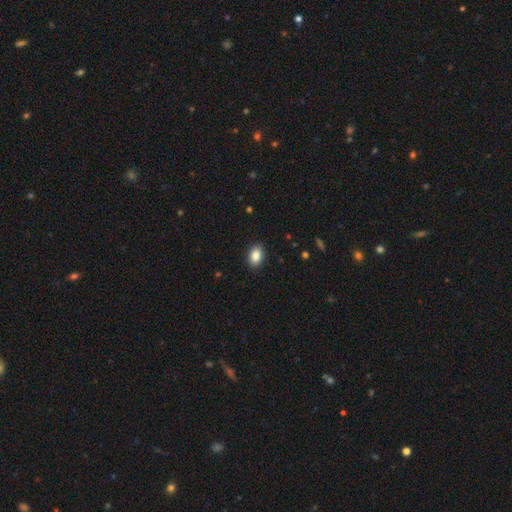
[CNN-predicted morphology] type=smooth (86%); roundness=in between (86%); merging=none (90%).